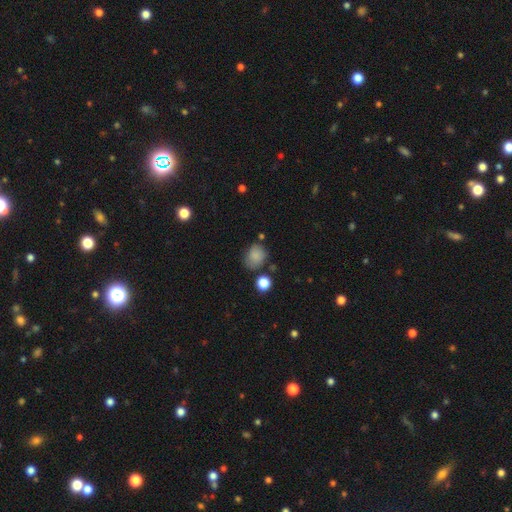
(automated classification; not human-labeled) smooth 83%, star or artifact 11%, featured or disk 7%. Down the decision tree: how rounded — round (57%); merging — none (65%).